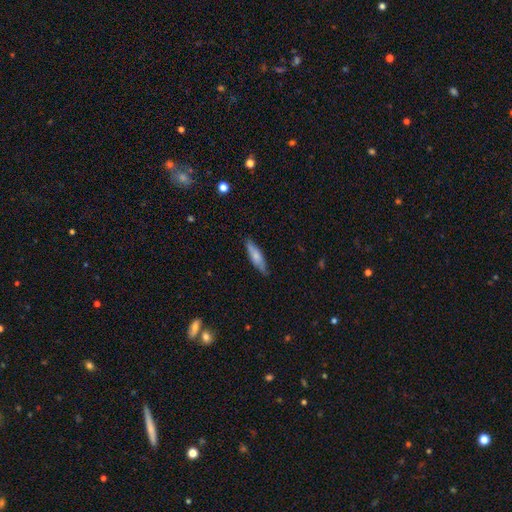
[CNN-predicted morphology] Smooth or featured? smooth (68%)
How rounded? cigar-shaped (68%)
Merging? none (81%)